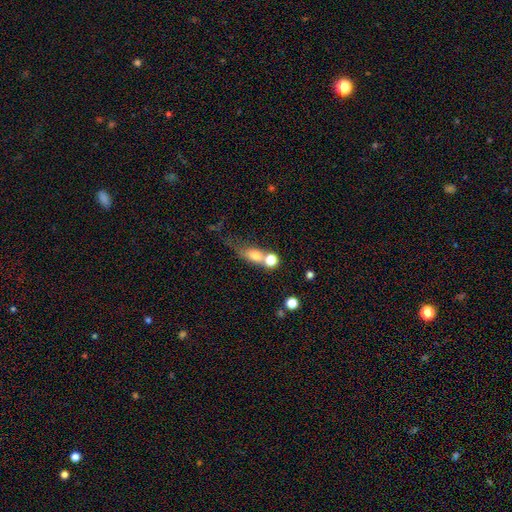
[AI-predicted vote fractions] Morphology: type=smooth (69%); roundness=in between (54%); merging=merger (41%).